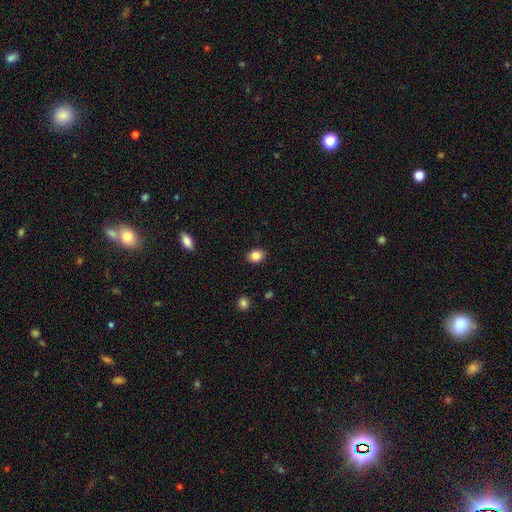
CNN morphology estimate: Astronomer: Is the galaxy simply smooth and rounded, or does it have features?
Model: smooth — 86%.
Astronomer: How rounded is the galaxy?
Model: in between — 60% (runner-up: round, 39%).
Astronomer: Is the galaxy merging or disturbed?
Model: none — 87%.